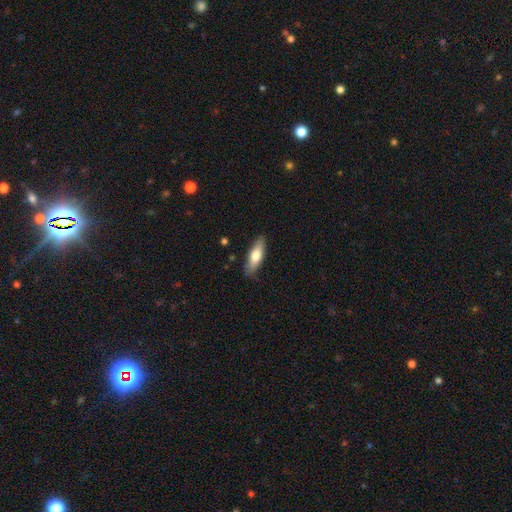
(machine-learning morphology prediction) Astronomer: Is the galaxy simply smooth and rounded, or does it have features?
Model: smooth — 68%.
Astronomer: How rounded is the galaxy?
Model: in between — 55% (runner-up: cigar-shaped, 43%).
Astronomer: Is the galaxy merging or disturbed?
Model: none — 84%.